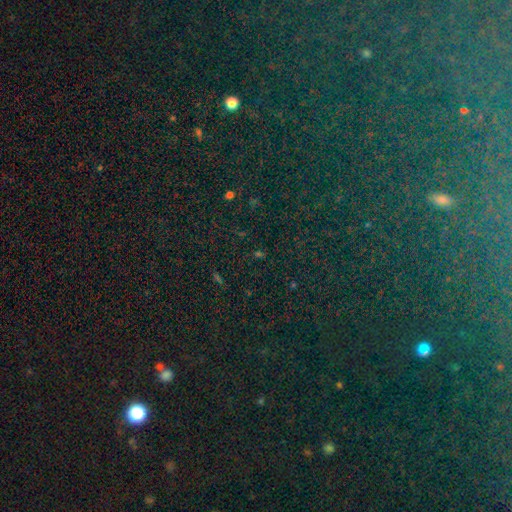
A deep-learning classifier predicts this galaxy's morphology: smooth-or-featured: star or artifact: 81% | smooth: 11% | featured or disk: 8%